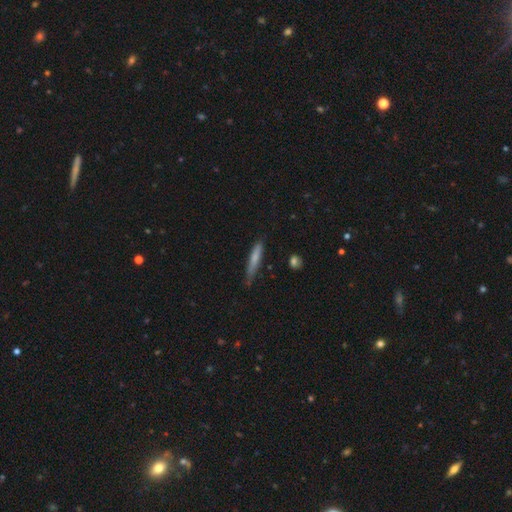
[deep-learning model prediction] This appears to be a smooth galaxy with no disk features (64%) that is cigar-shaped (93%). Merging: none (74%).